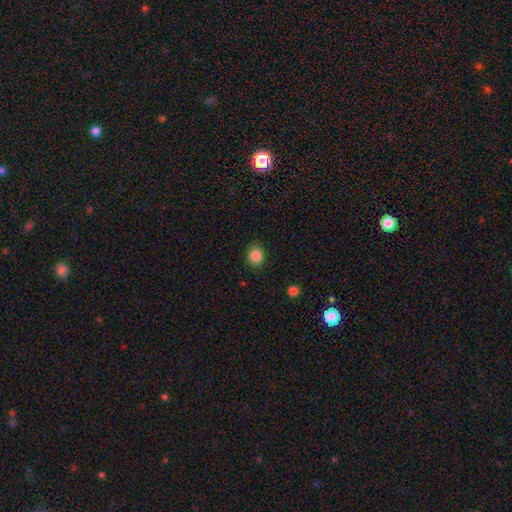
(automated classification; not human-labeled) smooth_or_featured: smooth (p=0.86) [alt: star or artifact p=0.10]
how_rounded: round (p=0.80) [alt: in between p=0.19]
merging: none (p=0.89) [alt: minor disturbance p=0.07]